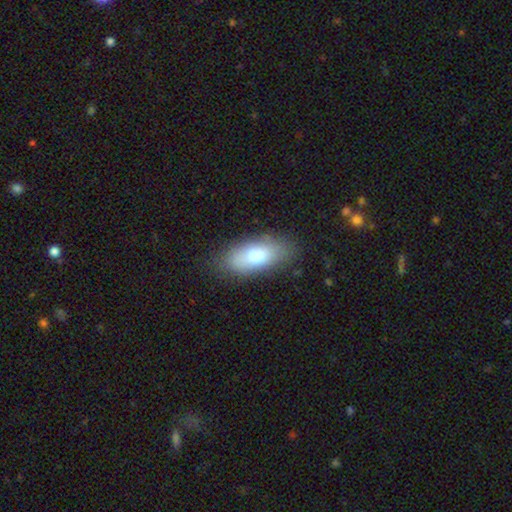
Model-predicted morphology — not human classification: smooth_or_featured: smooth (p=0.77) [alt: featured or disk p=0.16]
how_rounded: in between (p=0.85) [alt: cigar-shaped p=0.12]
merging: none (p=0.80) [alt: minor disturbance p=0.15]